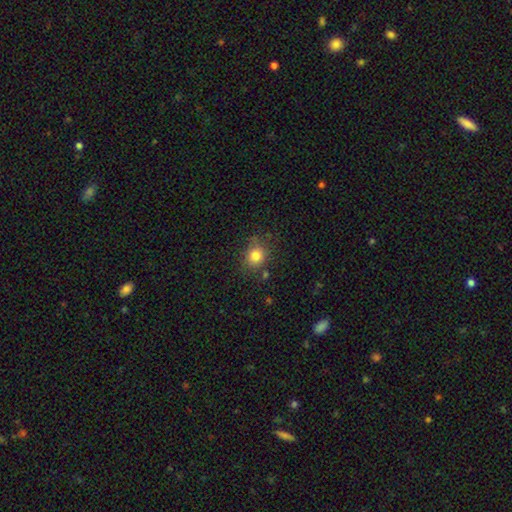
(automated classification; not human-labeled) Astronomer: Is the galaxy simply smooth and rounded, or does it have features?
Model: smooth — 80%.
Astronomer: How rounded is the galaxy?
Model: round — 73%.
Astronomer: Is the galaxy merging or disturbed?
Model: none — 75%.